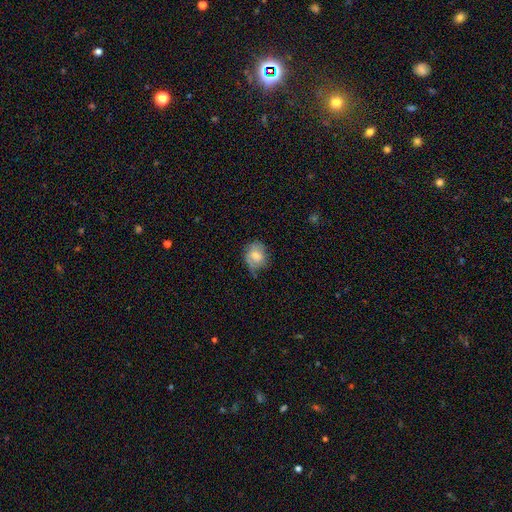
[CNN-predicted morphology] This is likely a smooth galaxy (65%). How rounded: likely round (61%). Merging: possibly none (49%).